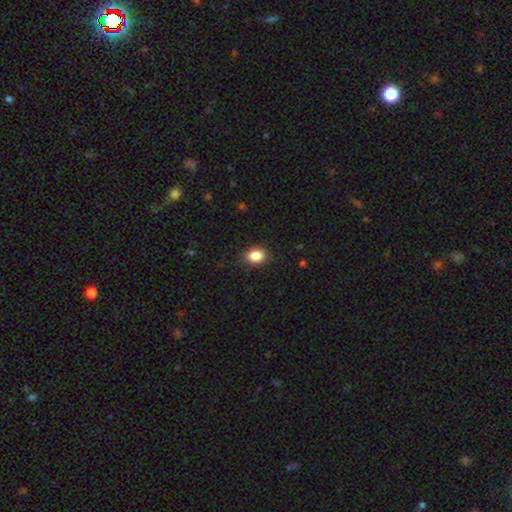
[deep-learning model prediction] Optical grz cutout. It shows a smooth galaxy with no disk features (87%) that is in between round and cigar-shaped (67%). Merging: none (85%).